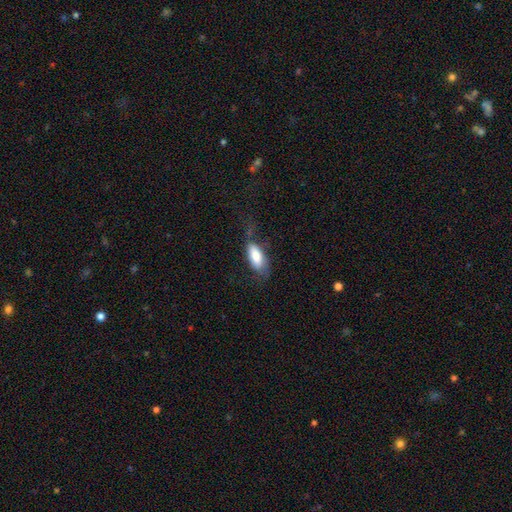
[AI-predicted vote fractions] A smooth galaxy with no disk features (75%) that is in between round and cigar-shaped (83%).

Vote fractions:
- Smooth or featured? smooth: 75% / featured or disk: 19% / star or artifact: 6%
- How rounded? in between: 83% / cigar-shaped: 14% / round: 2%
- Merging? none: 46% / minor disturbance: 28% / major disturbance: 24% / merger: 2%